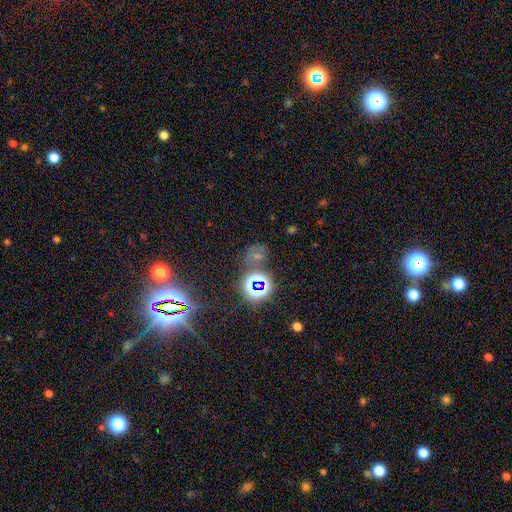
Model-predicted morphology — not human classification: This is possibly a star or artifact rather than a galaxy (54%).